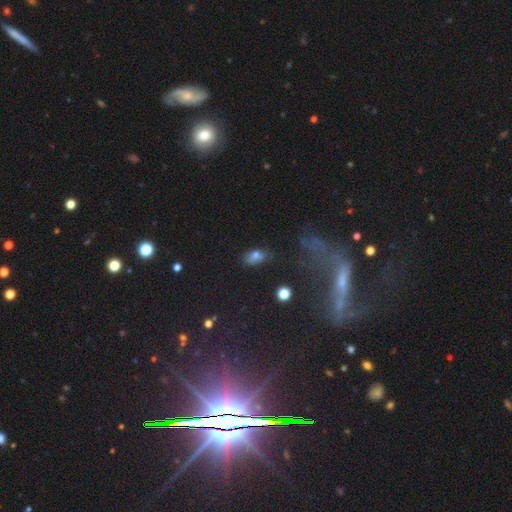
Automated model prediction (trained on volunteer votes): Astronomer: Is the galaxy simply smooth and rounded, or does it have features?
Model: smooth — 70%.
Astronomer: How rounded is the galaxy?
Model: in between — 84%.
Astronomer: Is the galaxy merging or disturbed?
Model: none — 57%.